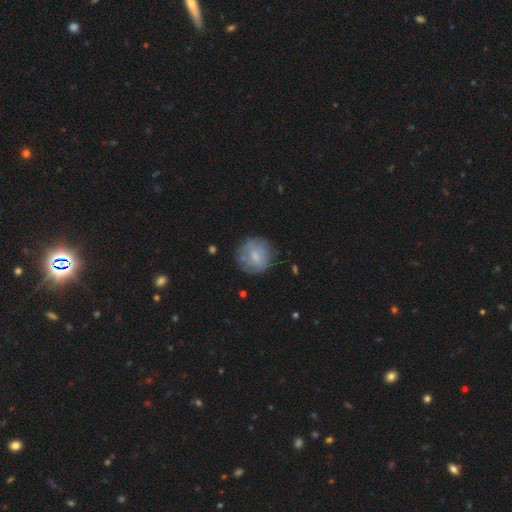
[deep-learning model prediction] Overall: smooth (56%; featured or disk 37%). How rounded: round (89%). Merging: none (74%).